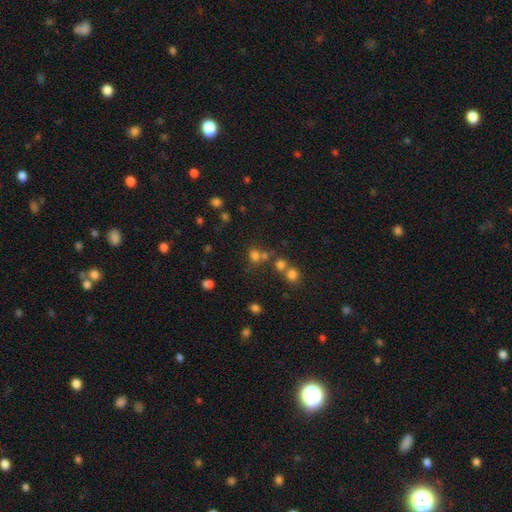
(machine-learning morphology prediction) smooth_or_featured: smooth (p=0.68) [alt: star or artifact p=0.23]
how_rounded: round (p=0.77) [alt: in between p=0.22]
merging: none (p=0.57) [alt: merger p=0.28]